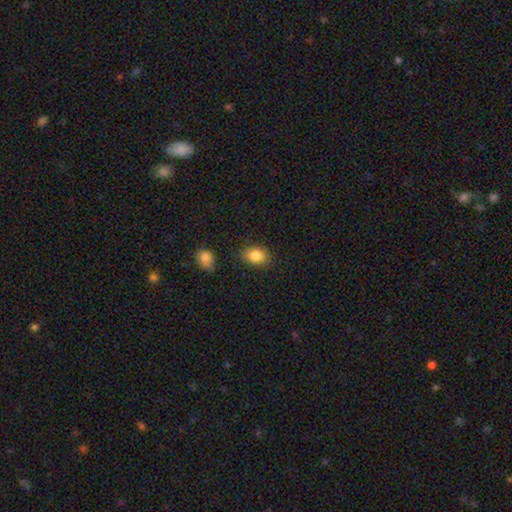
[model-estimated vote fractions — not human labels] Smooth or featured? Predicted: smooth (p=0.85). How rounded? Predicted: in between (p=0.69). Merging? Predicted: none (p=0.81).